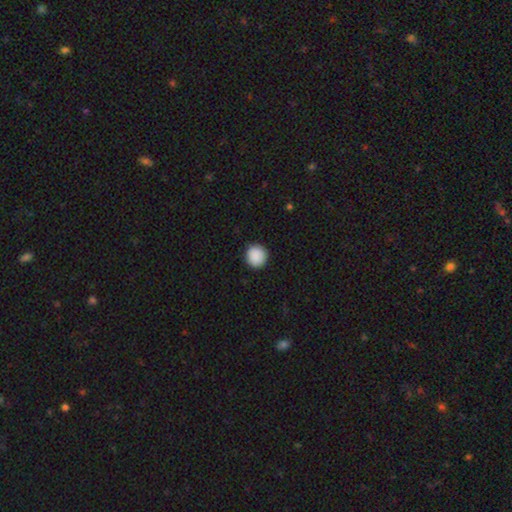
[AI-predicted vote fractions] Q: Smooth or featured?
A: smooth (90%); runner-up: star or artifact (8%)
Q: How rounded?
A: round (91%); runner-up: in between (8%)
Q: Merging?
A: none (91%); runner-up: minor disturbance (6%)